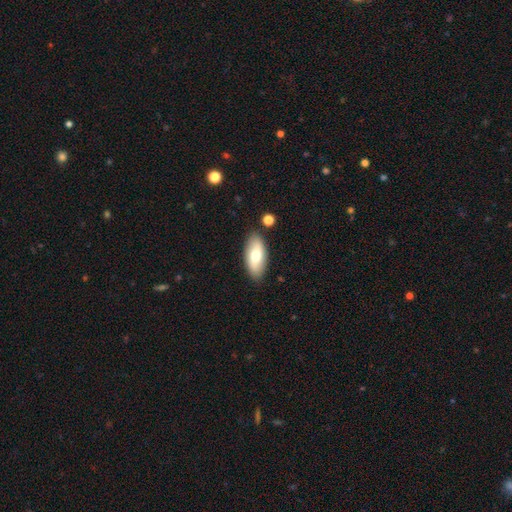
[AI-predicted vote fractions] Overall: smooth (68%). How rounded: in between (88%). Merging: none (85%).